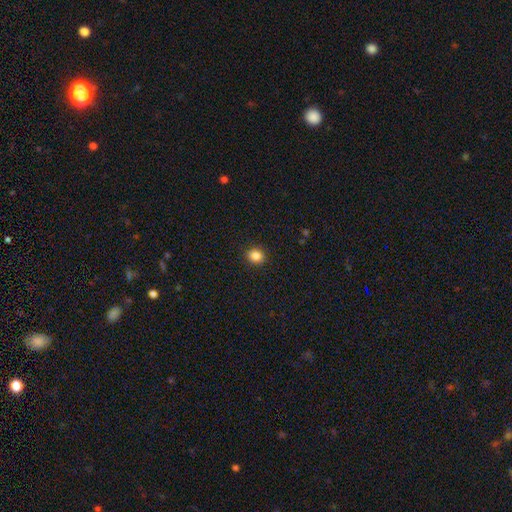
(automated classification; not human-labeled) smooth 86%, star or artifact 11%, featured or disk 4%. Down the decision tree: how rounded — round (73%); merging — none (91%).